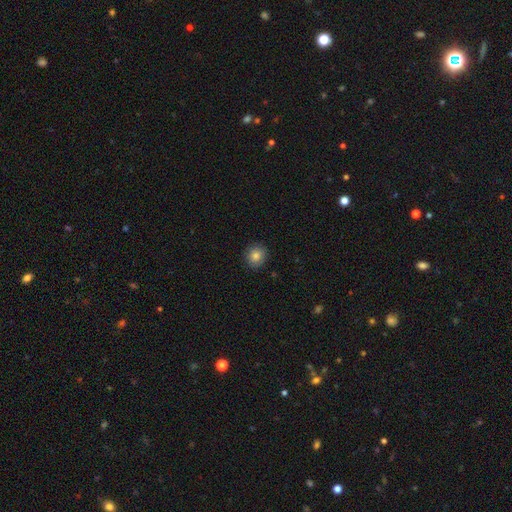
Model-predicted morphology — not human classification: This is clearly a smooth galaxy (83%). How rounded: clearly round (86%). Merging: clearly none (90%).